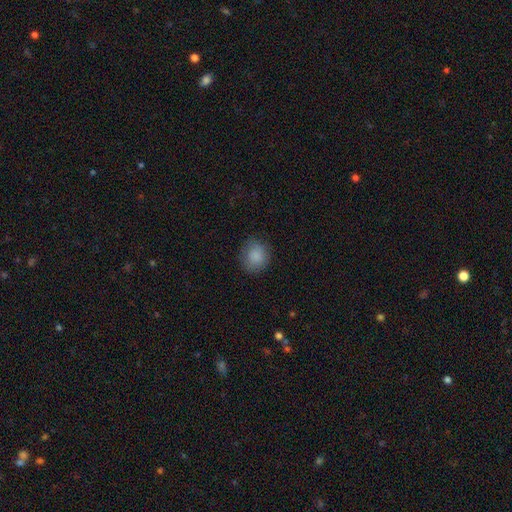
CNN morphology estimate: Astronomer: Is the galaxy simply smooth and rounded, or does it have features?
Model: smooth — 87%.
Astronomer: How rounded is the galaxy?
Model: round — 81%.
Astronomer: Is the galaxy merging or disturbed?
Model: none — 81%.